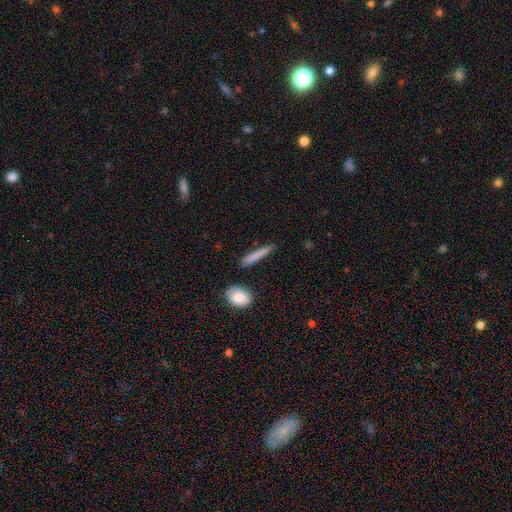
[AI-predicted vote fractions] Overall: smooth (76%). How rounded: cigar-shaped (91%). Merging: none (81%).